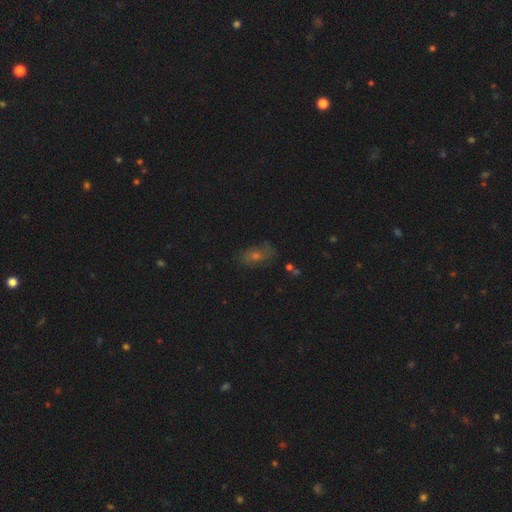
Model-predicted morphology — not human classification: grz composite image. It shows a smooth galaxy with no disk features (43%). Merging: none (73%).